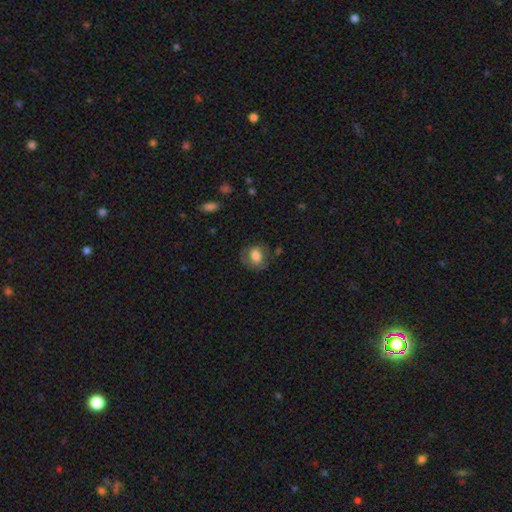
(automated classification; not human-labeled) Morphology: type=smooth (67%); roundness=in between (56%); merging=none (61%).